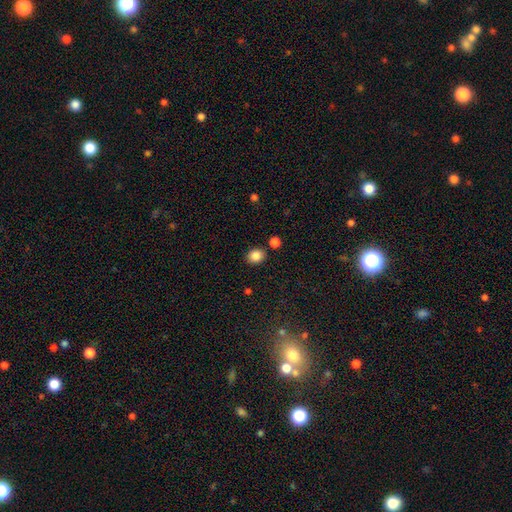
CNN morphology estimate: A smooth galaxy with no disk features (86%) that is round (56%).

Vote fractions:
- Smooth or featured? smooth: 86% / star or artifact: 10% / featured or disk: 5%
- How rounded? round: 56% / in between: 43% / cigar-shaped: 1%
- Merging? none: 83% / minor disturbance: 9% / merger: 5% / major disturbance: 2%